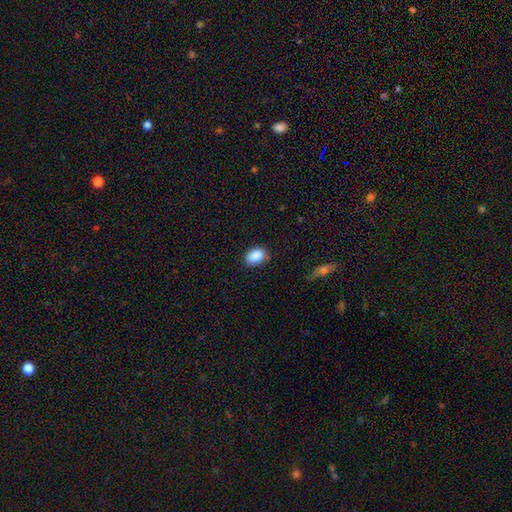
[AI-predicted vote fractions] The model was most divided on "merging": none: 75%, minor disturbance: 20%, major disturbance: 3%, merger: 2%. More confident: smooth or featured — smooth (88%); how rounded — in between (78%).